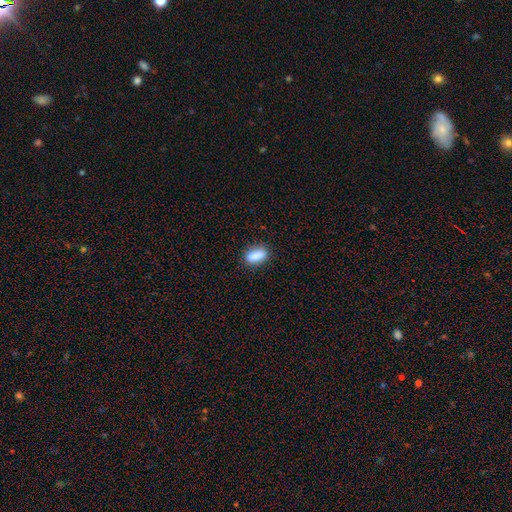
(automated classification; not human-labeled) This is clearly a smooth galaxy (86%). How rounded: likely in between (80%). Merging: clearly none (83%).